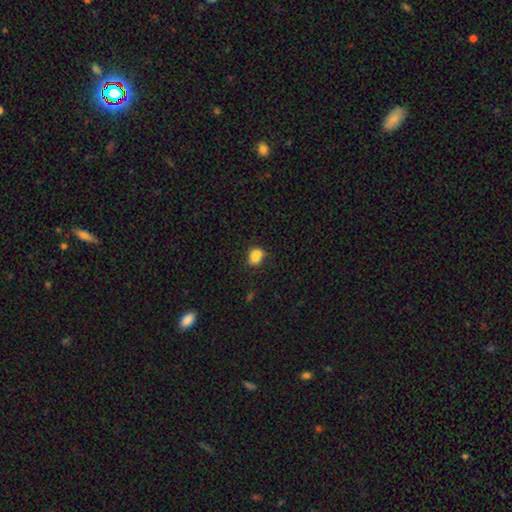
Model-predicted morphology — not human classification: A smooth galaxy with no disk features (78%) that is in between round and cigar-shaped (55%).

Vote fractions:
- Smooth or featured? smooth: 78% / featured or disk: 11% / star or artifact: 11%
- How rounded? in between: 55% / round: 43% / cigar-shaped: 1%
- Merging? none: 39% / merger: 36% / minor disturbance: 19% / major disturbance: 7%